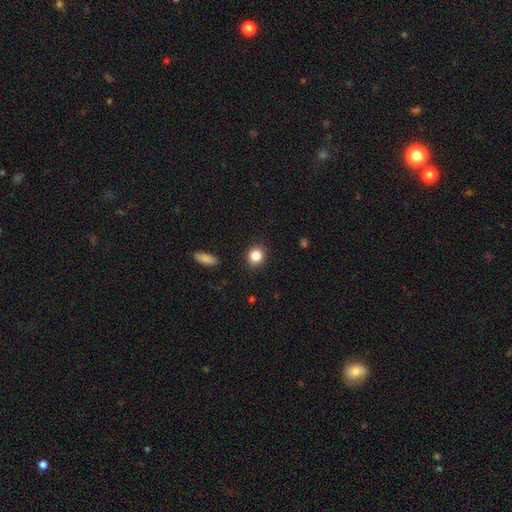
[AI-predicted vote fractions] smooth_or_featured: smooth (p=0.85) [alt: star or artifact p=0.10]
how_rounded: round (p=0.73) [alt: in between p=0.25]
merging: none (p=0.90) [alt: minor disturbance p=0.07]